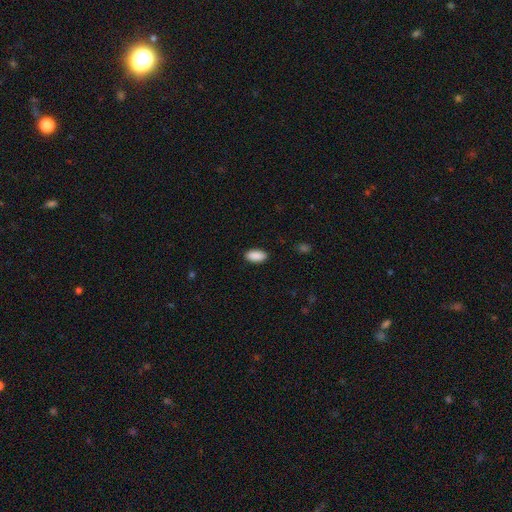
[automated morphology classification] A smooth galaxy with no disk features (91%) that is in between round and cigar-shaped (92%). Merging: none (89%).